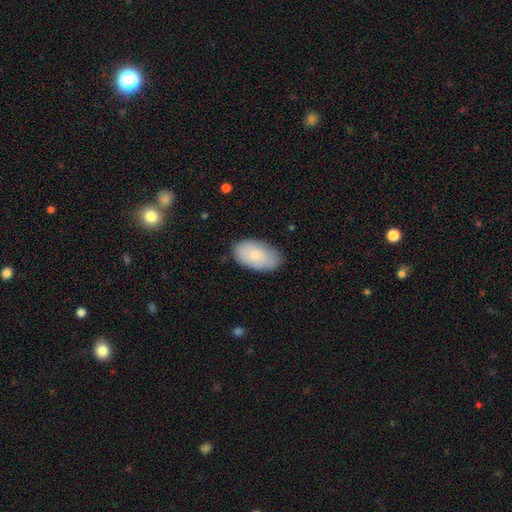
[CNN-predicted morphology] Smooth or featured? smooth (79%)
How rounded? in between (95%)
Merging? none (83%)